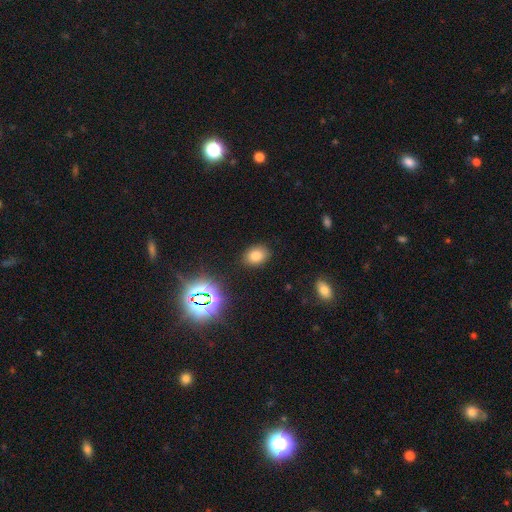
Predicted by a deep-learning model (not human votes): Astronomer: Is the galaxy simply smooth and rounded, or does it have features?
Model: smooth — 76%.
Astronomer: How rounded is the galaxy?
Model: in between — 69%.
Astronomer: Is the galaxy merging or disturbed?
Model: none — 86%.